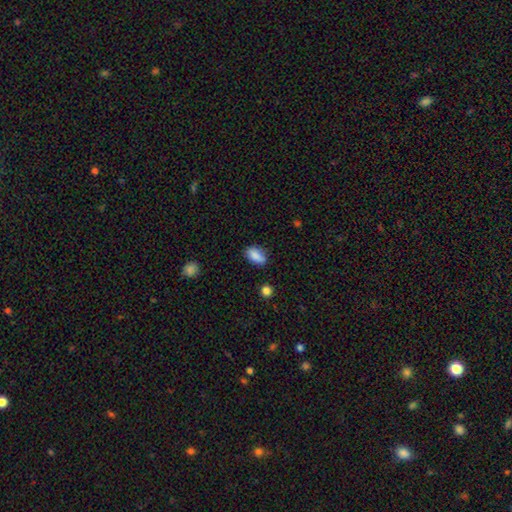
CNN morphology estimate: Overall: smooth (86%). How rounded: in between (88%). Merging: none (76%).